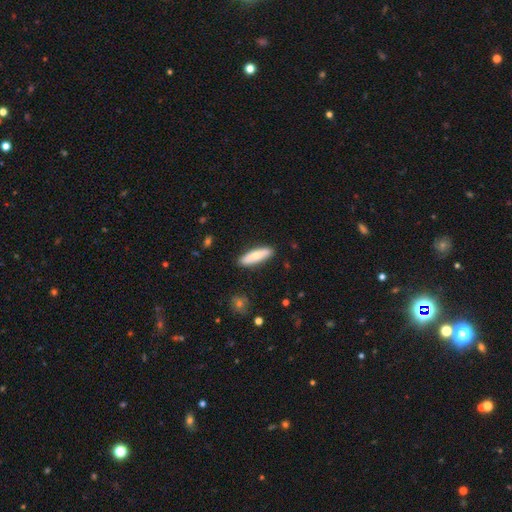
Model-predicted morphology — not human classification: A smooth galaxy with no disk features (70%) that is cigar-shaped (60%).

Vote fractions:
- Smooth or featured? smooth: 70% / featured or disk: 25% / star or artifact: 6%
- How rounded? cigar-shaped: 60% / in between: 38% / round: 2%
- Merging? none: 87% / minor disturbance: 9% / major disturbance: 2% / merger: 1%